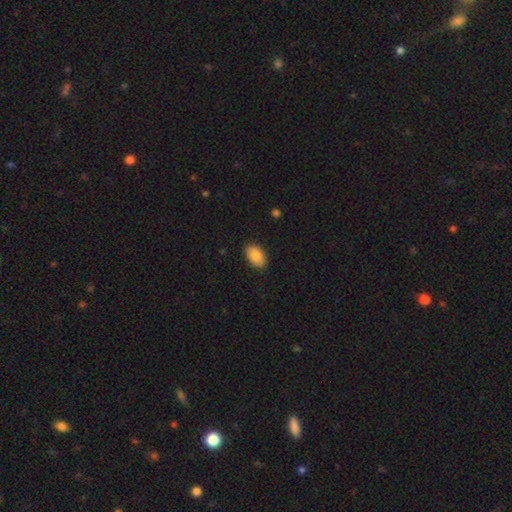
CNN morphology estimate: The model was most divided on "merging": none: 88%, minor disturbance: 9%, major disturbance: 2%, merger: 1%. More confident: how rounded — in between (91%); smooth or featured — smooth (87%).